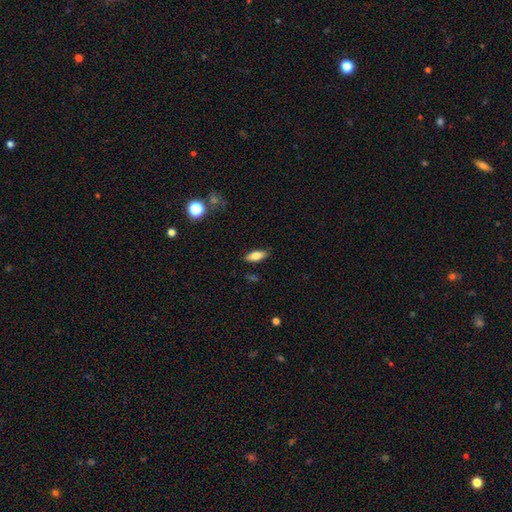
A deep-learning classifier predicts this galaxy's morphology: A smooth galaxy with no disk features (76%) that is in between round and cigar-shaped (75%).

Vote fractions:
- Smooth or featured? smooth: 76% / featured or disk: 17% / star or artifact: 8%
- How rounded? in between: 75% / cigar-shaped: 23% / round: 3%
- Merging? none: 86% / minor disturbance: 10% / major disturbance: 2% / merger: 1%